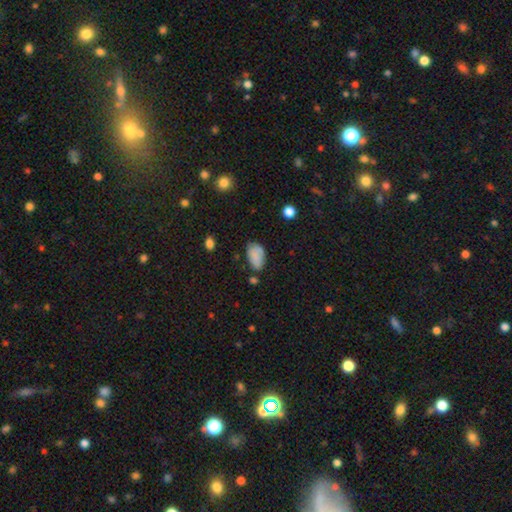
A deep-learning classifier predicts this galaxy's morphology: Smooth or featured? smooth (83%)
How rounded? in between (92%)
Merging? none (57%)